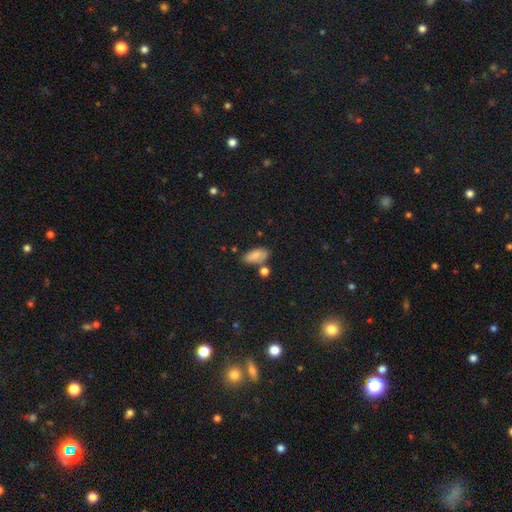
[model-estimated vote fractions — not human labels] Overall: smooth (78%). How rounded: in between (91%). Merging: none (64%).